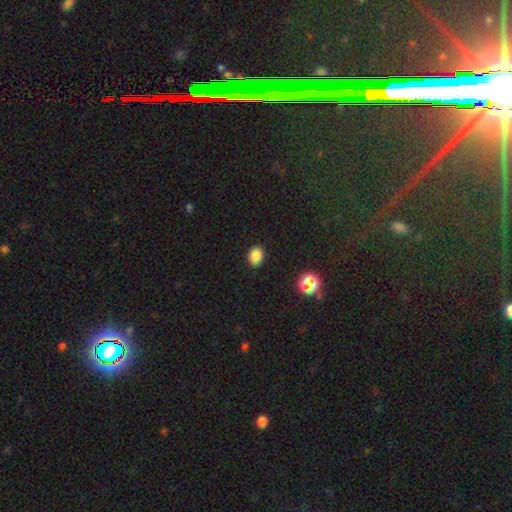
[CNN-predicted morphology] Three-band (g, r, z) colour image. It shows a smooth galaxy with no disk features (85%) that is in between round and cigar-shaped (55%). Merging: none (90%).